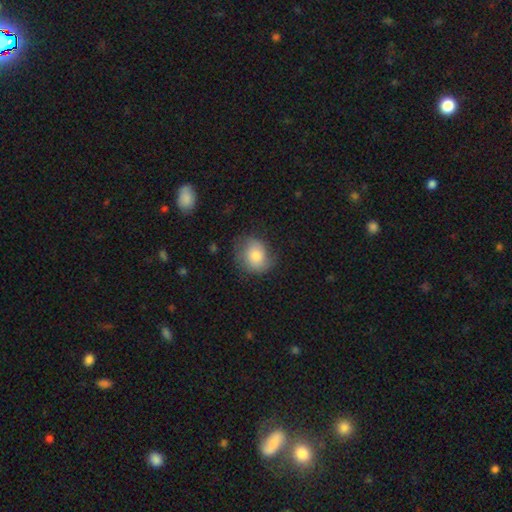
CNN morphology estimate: This appears to be a smooth galaxy with no disk features (74%) that is round (69%). Merging: none (63%).